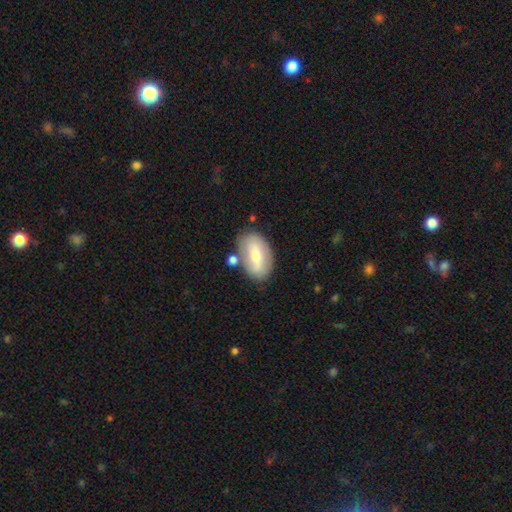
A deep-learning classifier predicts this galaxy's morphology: Smooth or featured?
  - smooth: 52% *
  - featured or disk: 41%
  - star or artifact: 7%
How rounded?
  - in between: 89% *
  - round: 9%
  - cigar-shaped: 2%
Merging?
  - none: 69% *
  - minor disturbance: 17%
  - merger: 9%
  - major disturbance: 5%